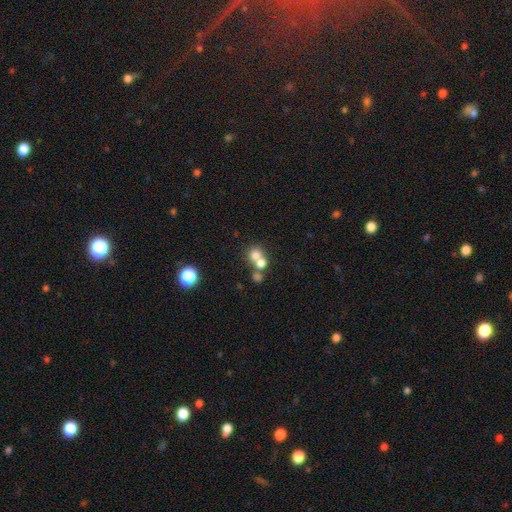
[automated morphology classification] smooth 69%, featured or disk 16%, star or artifact 15%. Down the decision tree: how rounded — round (78%); merging — merger (56%).